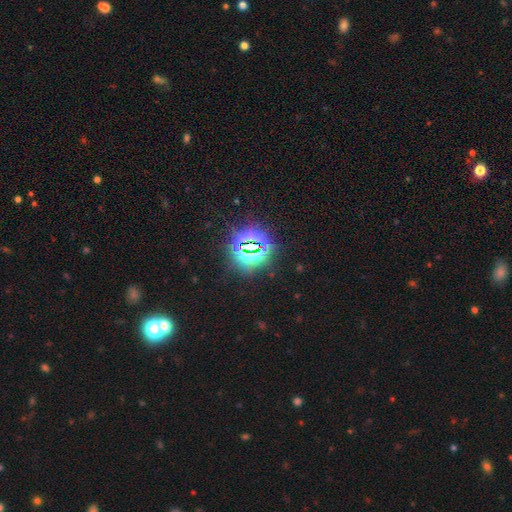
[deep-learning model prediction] Smooth or featured? Predicted: star or artifact (p=0.82).